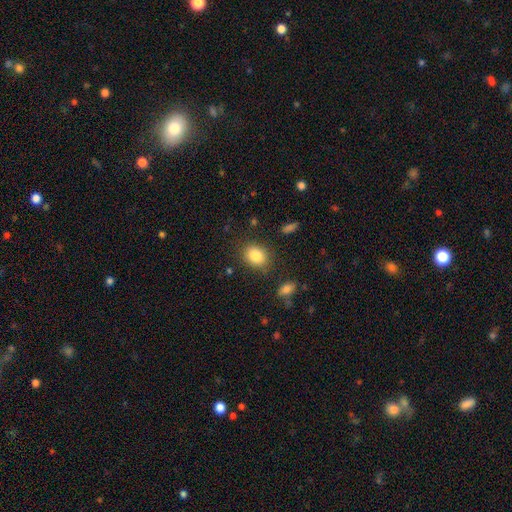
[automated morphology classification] Smooth or featured? smooth (84%)
How rounded? in between (56%)
Merging? none (82%)